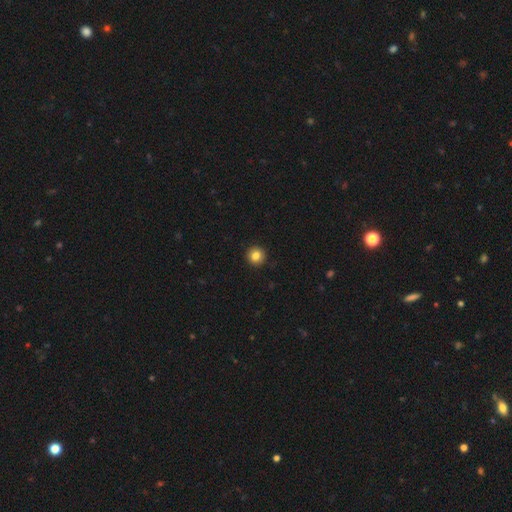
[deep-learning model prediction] Smooth or featured? Predicted: smooth (p=0.84). How rounded? Predicted: round (p=0.95). Merging? Predicted: none (p=0.93).